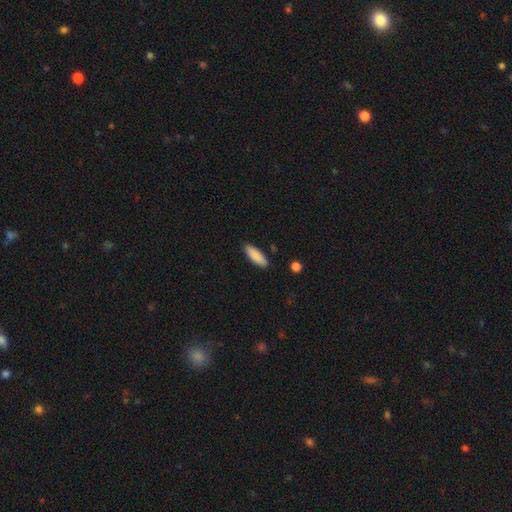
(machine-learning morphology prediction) The model was most divided on "how rounded": in between: 54%, cigar-shaped: 44%, round: 1%. More confident: smooth or featured — smooth (88%); merging — none (87%).